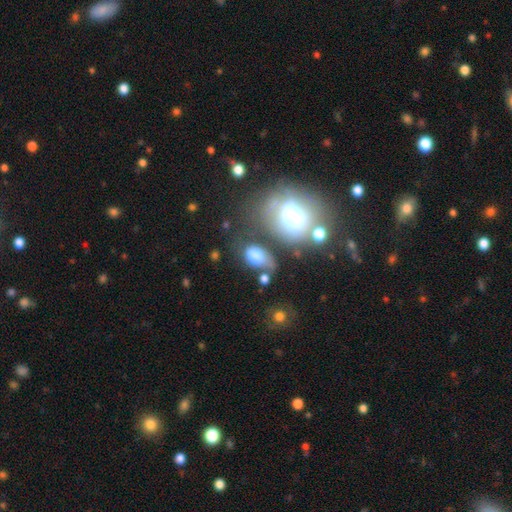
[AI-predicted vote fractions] smooth 72%, featured or disk 17%, star or artifact 11%. Down the decision tree: how rounded — in between (84%); merging — none (39%).